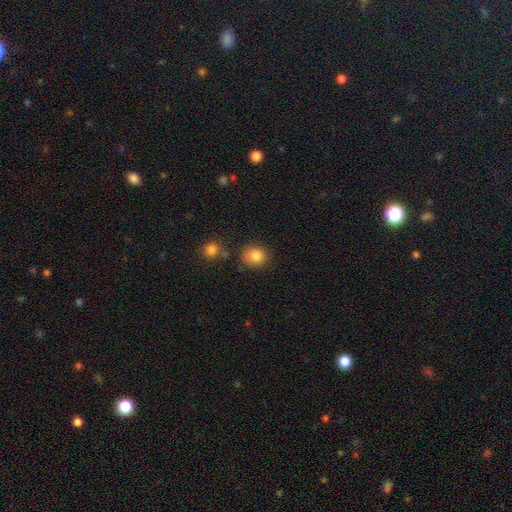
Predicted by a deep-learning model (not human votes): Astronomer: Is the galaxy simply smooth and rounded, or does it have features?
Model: smooth — 84%.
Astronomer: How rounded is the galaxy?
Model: round — 74%.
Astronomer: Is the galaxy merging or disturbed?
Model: none — 76%.